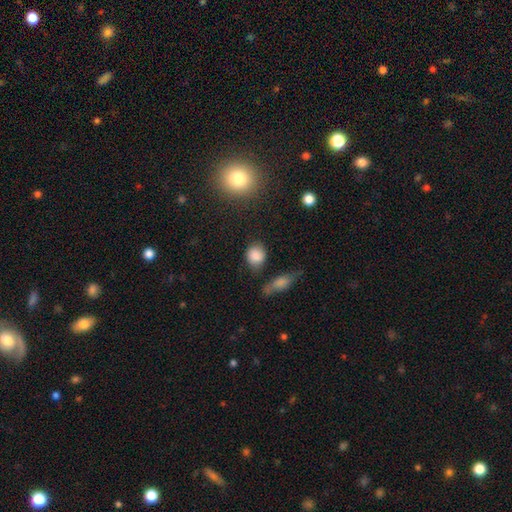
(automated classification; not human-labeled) smooth_or_featured: smooth (p=0.84) [alt: star or artifact p=0.10]
how_rounded: round (p=0.62) [alt: in between p=0.36]
merging: none (p=0.71) [alt: minor disturbance p=0.18]